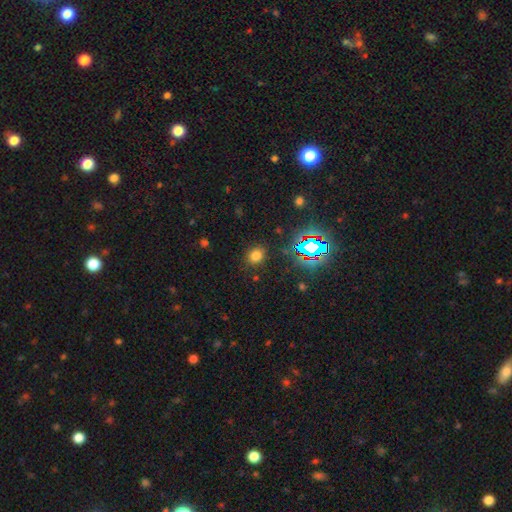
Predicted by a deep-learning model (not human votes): smooth 70%, star or artifact 23%, featured or disk 7%. Down the decision tree: how rounded — round (61%); merging — none (85%).